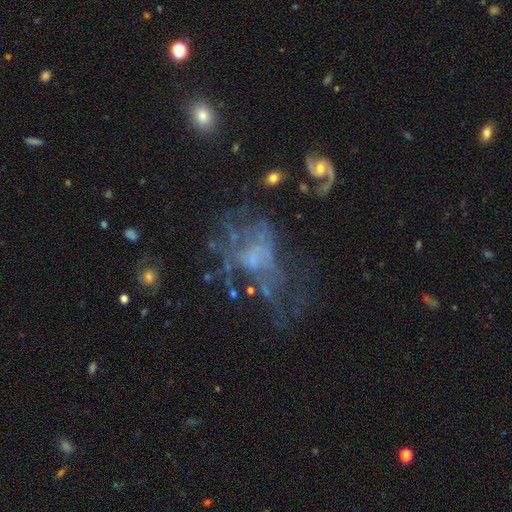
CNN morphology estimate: This is likely a featured or disk galaxy (63%). It is clearly not viewed edge-on (96%). Bar: clearly no (83%). Spiral arm pattern: likely no (71%). Central bulge: possibly none (46%). Merging: marginally major disturbance (43%).